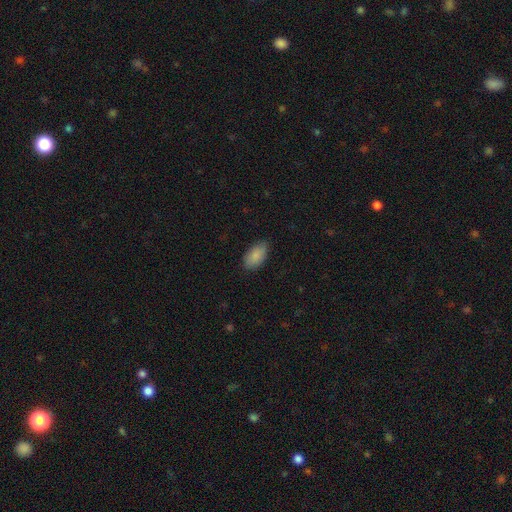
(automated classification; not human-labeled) Morphology: type=smooth (89%); roundness=in between (94%); merging=none (80%).